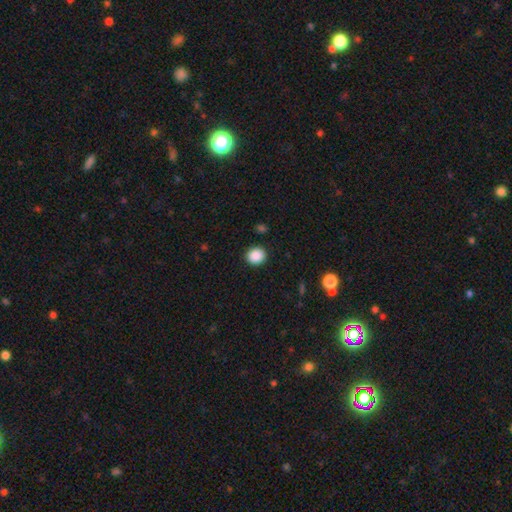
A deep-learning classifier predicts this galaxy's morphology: smooth-or-featured: smooth: 89% | star or artifact: 9% | featured or disk: 2%
  how-rounded: round: 84% | in between: 15% | cigar-shaped: 1%
  merging: none: 91% | minor disturbance: 6% | major disturbance: 2% | merger: 1%